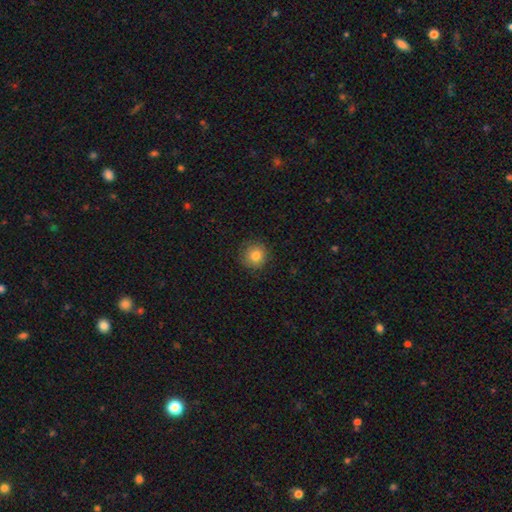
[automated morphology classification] Smooth or featured? smooth (82%)
How rounded? round (93%)
Merging? none (88%)